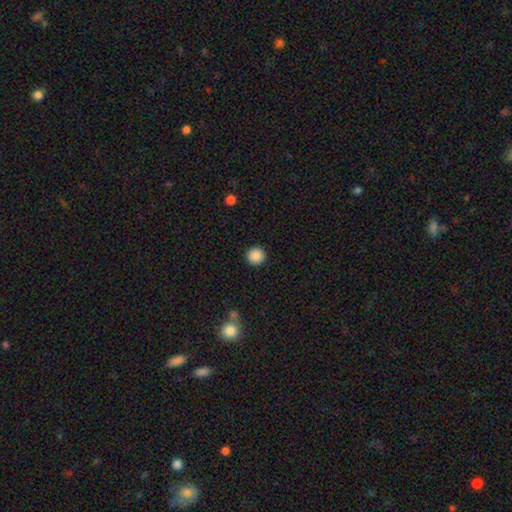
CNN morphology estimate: Smooth or featured?
  - smooth: 88% *
  - star or artifact: 9%
  - featured or disk: 3%
How rounded?
  - round: 95% *
  - in between: 4%
  - cigar-shaped: 1%
Merging?
  - none: 92% *
  - minor disturbance: 5%
  - major disturbance: 2%
  - merger: 1%